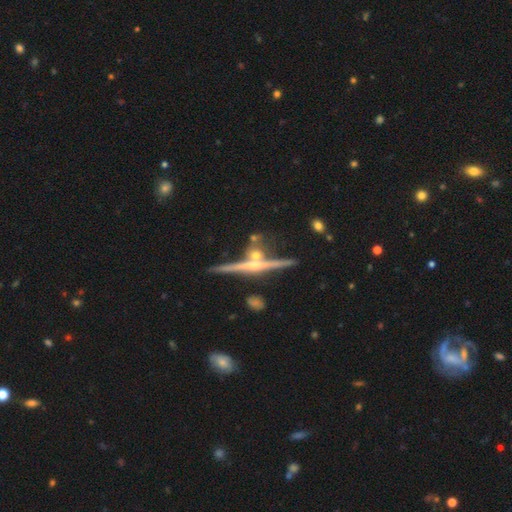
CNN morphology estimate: Smooth or featured? featured or disk (73%)
Edge-on disk? yes (94%)
Edge-on bulge? rounded (63%)
Merging? none (68%)